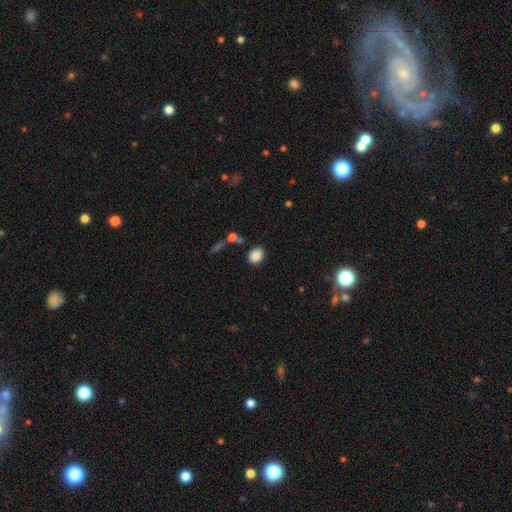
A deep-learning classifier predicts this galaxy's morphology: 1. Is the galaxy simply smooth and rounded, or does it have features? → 87% smooth, 9% star or artifact, 4% featured or disk.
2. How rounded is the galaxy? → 60% in between, 39% round, 1% cigar-shaped.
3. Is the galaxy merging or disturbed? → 79% none, 12% minor disturbance, 5% merger, 4% major disturbance.